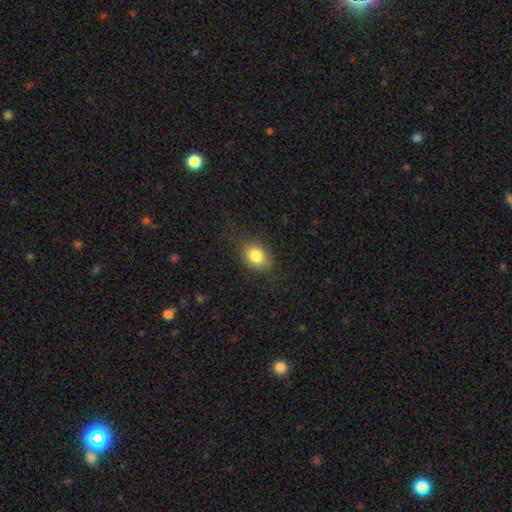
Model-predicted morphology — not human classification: Smooth or featured? Predicted: smooth (p=0.82). How rounded? Predicted: in between (p=0.61). Merging? Predicted: none (p=0.77).